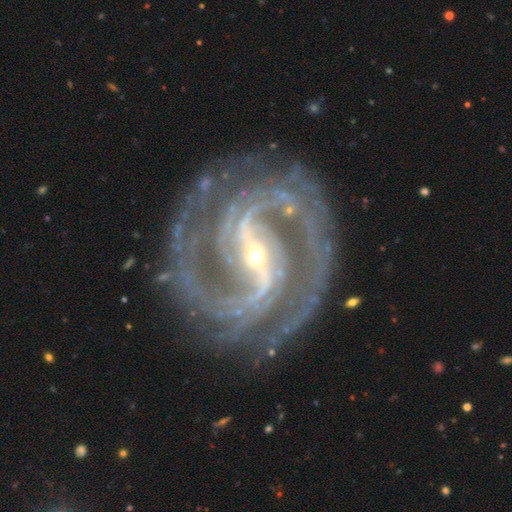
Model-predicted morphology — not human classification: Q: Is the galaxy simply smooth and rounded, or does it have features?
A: featured or disk — 94%.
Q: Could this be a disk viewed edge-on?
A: no — 98%.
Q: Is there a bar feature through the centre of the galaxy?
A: strong — 69%.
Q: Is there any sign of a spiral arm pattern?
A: yes — 99%.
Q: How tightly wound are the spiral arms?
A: medium — 50%.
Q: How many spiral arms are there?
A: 2 — 42%.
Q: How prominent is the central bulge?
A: small — 72%.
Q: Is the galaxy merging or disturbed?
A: none — 74%.